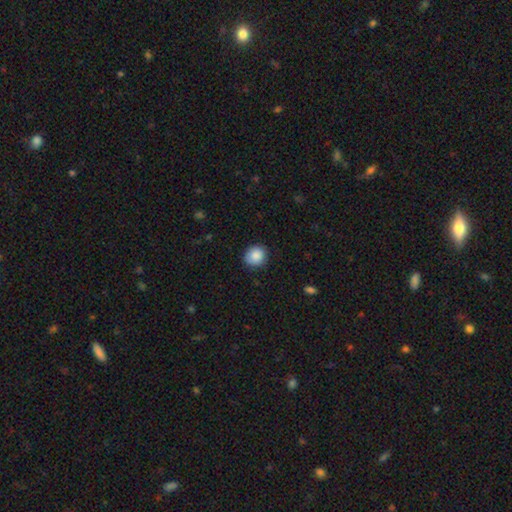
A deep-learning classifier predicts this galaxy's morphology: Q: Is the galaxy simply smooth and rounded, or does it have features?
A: smooth — 87%.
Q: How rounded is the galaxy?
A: round — 83%.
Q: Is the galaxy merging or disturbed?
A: none — 86%.